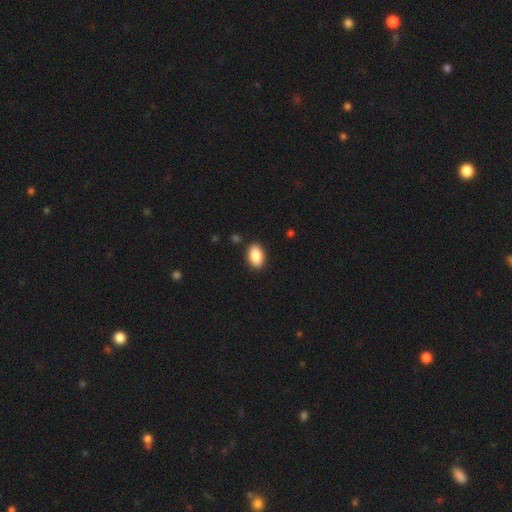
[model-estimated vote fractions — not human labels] Smooth or featured?
  - smooth: 88% *
  - star or artifact: 7%
  - featured or disk: 5%
How rounded?
  - in between: 92% *
  - round: 7%
  - cigar-shaped: 2%
Merging?
  - none: 89% *
  - minor disturbance: 8%
  - major disturbance: 2%
  - merger: 2%